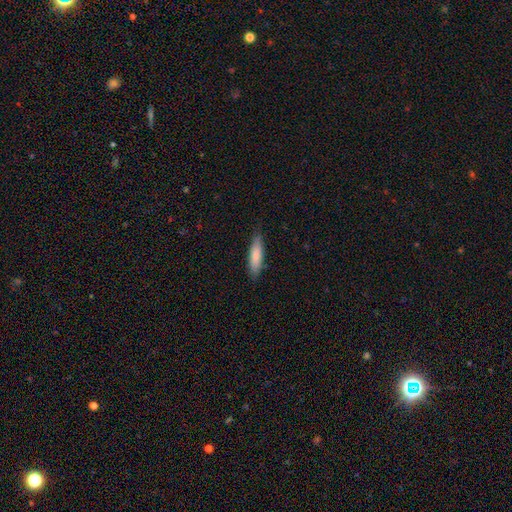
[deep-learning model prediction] smooth 81%, featured or disk 13%, star or artifact 5%. Down the decision tree: how rounded — cigar-shaped (67%); merging — none (83%).